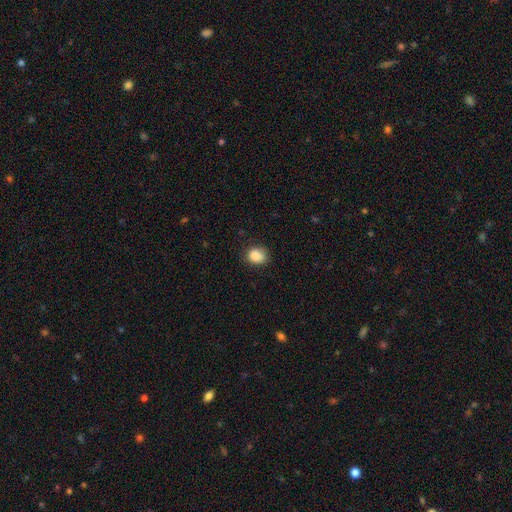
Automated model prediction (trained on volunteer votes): This is clearly a smooth galaxy (87%). How rounded: possibly round (59%). Merging: likely none (76%).